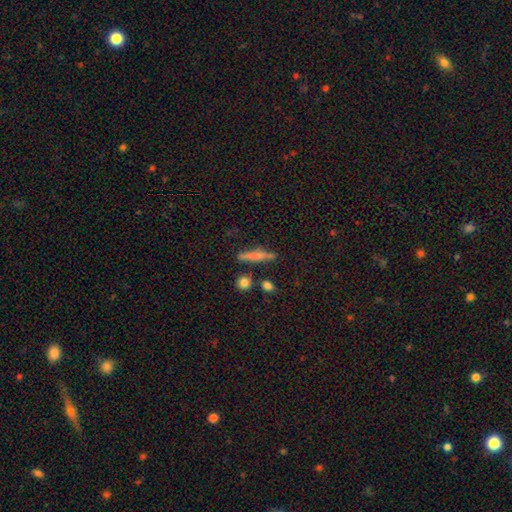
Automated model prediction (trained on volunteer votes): This appears to be a smooth galaxy with no disk features (58%) that is cigar-shaped (84%). Merging: none (77%).